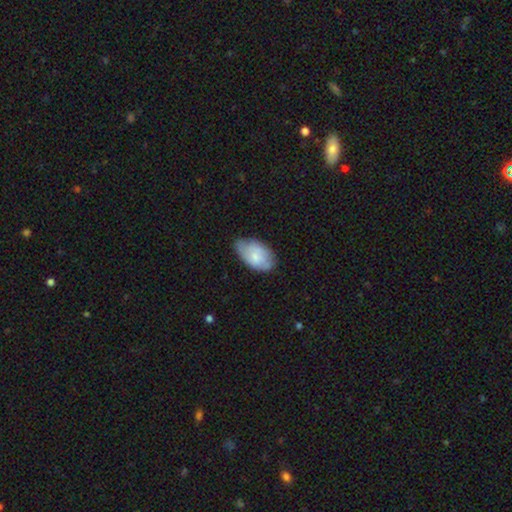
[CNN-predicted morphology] smooth-or-featured: smooth: 66% | featured or disk: 28% | star or artifact: 6%
  how-rounded: in between: 93% | round: 5% | cigar-shaped: 2%
  merging: none: 58% | minor disturbance: 34% | major disturbance: 7% | merger: 2%